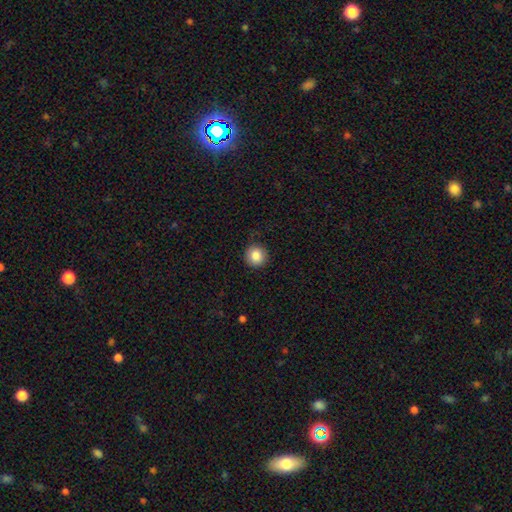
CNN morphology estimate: The model was most divided on "smooth or featured": smooth: 86%, star or artifact: 9%, featured or disk: 5%. More confident: how rounded — round (94%); merging — none (89%).